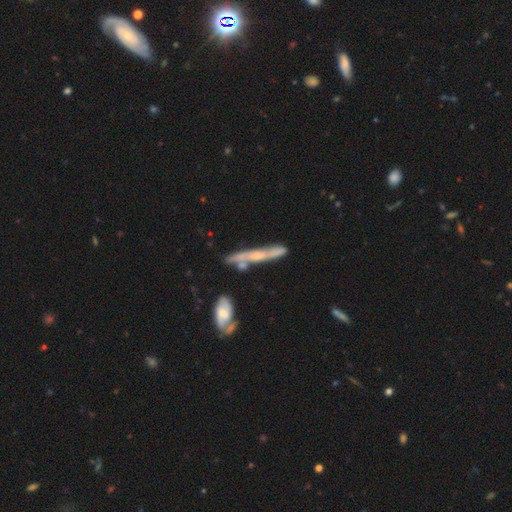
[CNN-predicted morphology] smooth_or_featured: featured or disk (p=0.66) [alt: smooth p=0.27]
disk_edge_on: yes (p=0.71) [alt: no p=0.29]
merging: none (p=0.59) [alt: minor disturbance p=0.22]